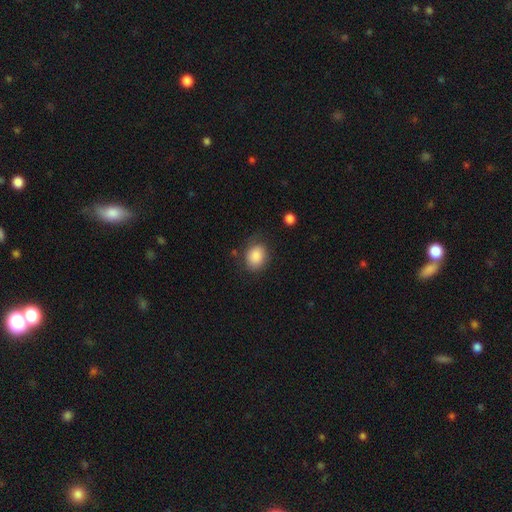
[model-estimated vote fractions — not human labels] smooth_or_featured: smooth (p=0.86) [alt: star or artifact p=0.08]
how_rounded: in between (p=0.52) [alt: round p=0.47]
merging: none (p=0.73) [alt: minor disturbance p=0.19]